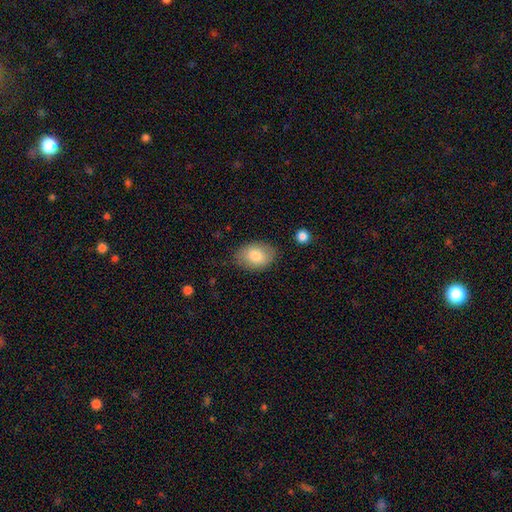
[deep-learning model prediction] The model was most divided on "merging": none: 80%, minor disturbance: 14%, major disturbance: 3%, merger: 2%. More confident: how rounded — in between (83%); smooth or featured — smooth (81%).